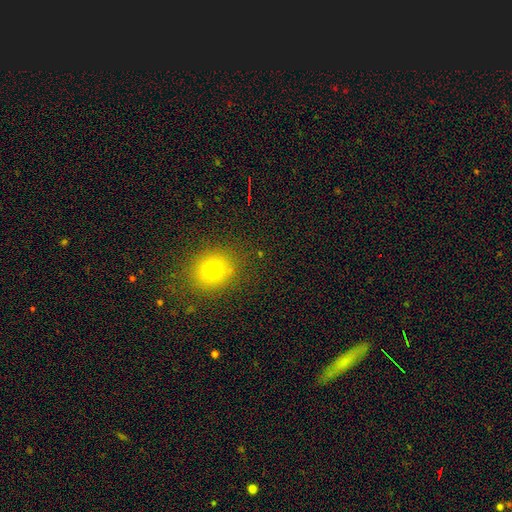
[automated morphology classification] Smooth or featured?
  - smooth: 68% *
  - star or artifact: 22%
  - featured or disk: 9%
How rounded?
  - round: 72% *
  - in between: 26%
  - cigar-shaped: 1%
Merging?
  - none: 88% *
  - minor disturbance: 8%
  - major disturbance: 3%
  - merger: 1%